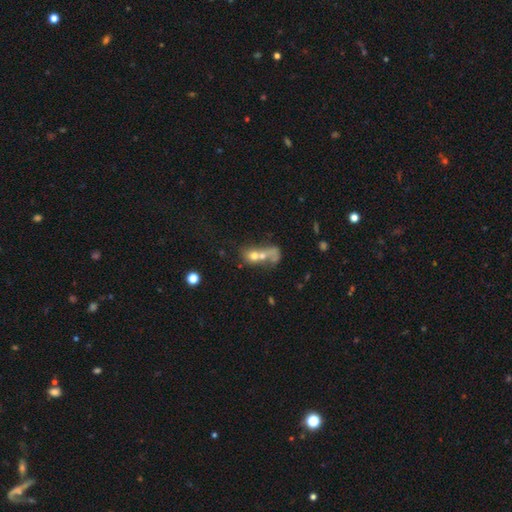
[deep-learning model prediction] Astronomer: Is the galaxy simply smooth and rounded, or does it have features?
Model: smooth — 52% (runner-up: featured or disk, 32%).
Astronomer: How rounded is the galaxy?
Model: in between — 46%, tied with round at 46%.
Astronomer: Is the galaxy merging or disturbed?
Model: merger — 64%.